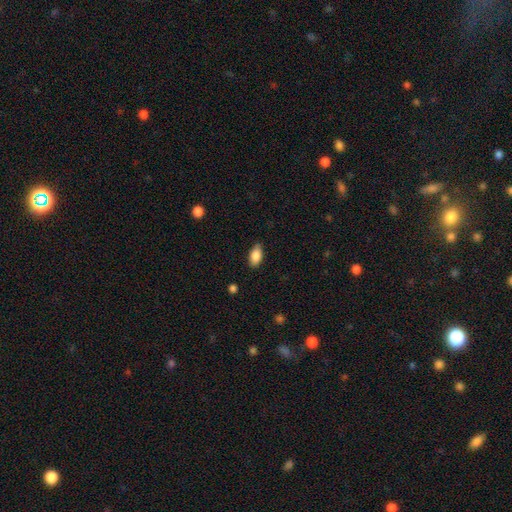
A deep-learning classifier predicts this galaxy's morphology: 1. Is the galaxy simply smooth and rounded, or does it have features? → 87% smooth, 7% star or artifact, 5% featured or disk.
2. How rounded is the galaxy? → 92% in between, 4% round, 4% cigar-shaped.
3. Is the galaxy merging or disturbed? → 82% none, 14% minor disturbance, 3% major disturbance, 1% merger.